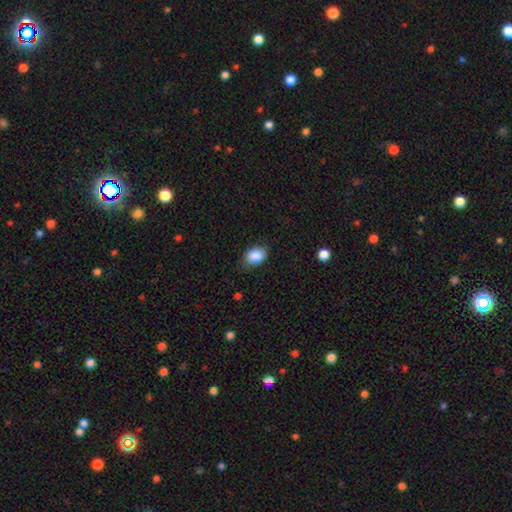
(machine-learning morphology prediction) Smooth or featured? Predicted: smooth (p=0.87). How rounded? Predicted: in between (p=0.74). Merging? Predicted: none (p=0.75).